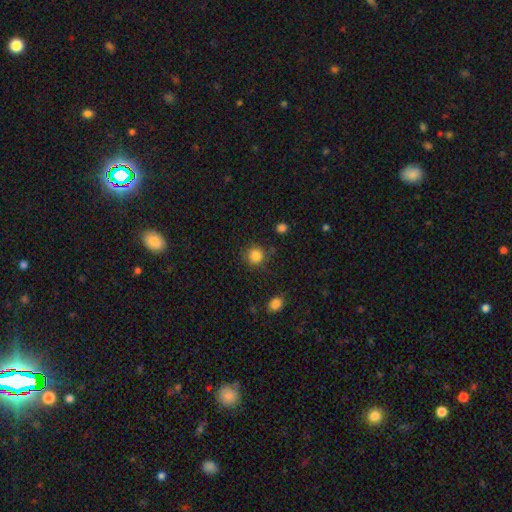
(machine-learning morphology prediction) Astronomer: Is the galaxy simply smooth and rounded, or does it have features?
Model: smooth — 85%.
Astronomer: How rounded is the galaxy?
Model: round — 92%.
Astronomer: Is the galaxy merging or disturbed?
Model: none — 84%.